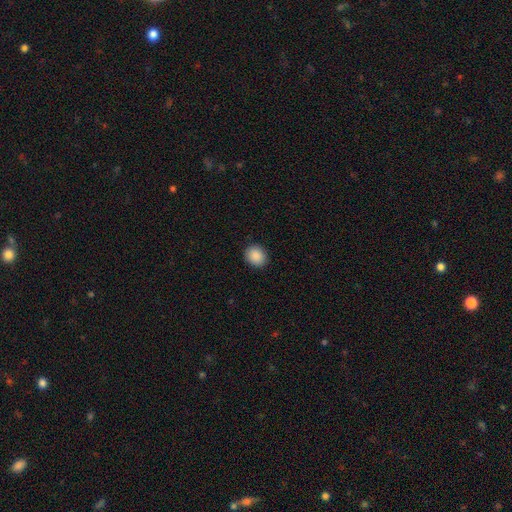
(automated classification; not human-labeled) The model was most divided on "how rounded": round: 72%, in between: 27%, cigar-shaped: 1%. More confident: merging — none (90%); smooth or featured — smooth (89%).